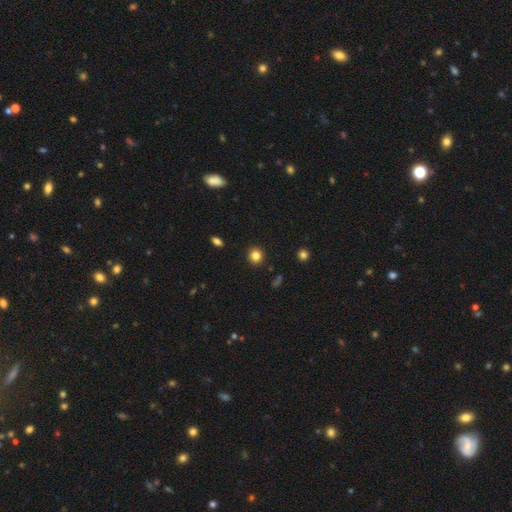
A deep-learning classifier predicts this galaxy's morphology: smooth_or_featured: smooth (p=0.83) [alt: star or artifact p=0.11]
how_rounded: round (p=0.87) [alt: in between p=0.12]
merging: none (p=0.92) [alt: minor disturbance p=0.05]